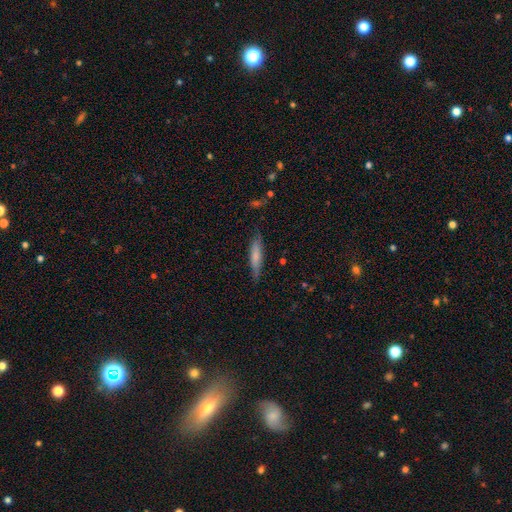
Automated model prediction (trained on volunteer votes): Q: Smooth or featured?
A: smooth (70%); runner-up: featured or disk (24%)
Q: How rounded?
A: cigar-shaped (85%); runner-up: in between (14%)
Q: Merging?
A: none (80%); runner-up: minor disturbance (15%)